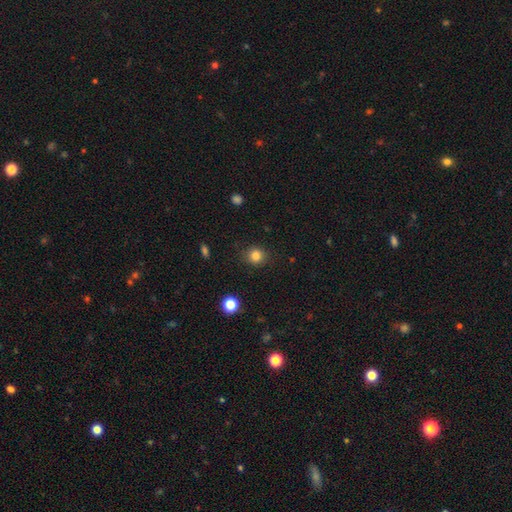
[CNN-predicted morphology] type=smooth (83%); roundness=round (86%); merging=none (88%).